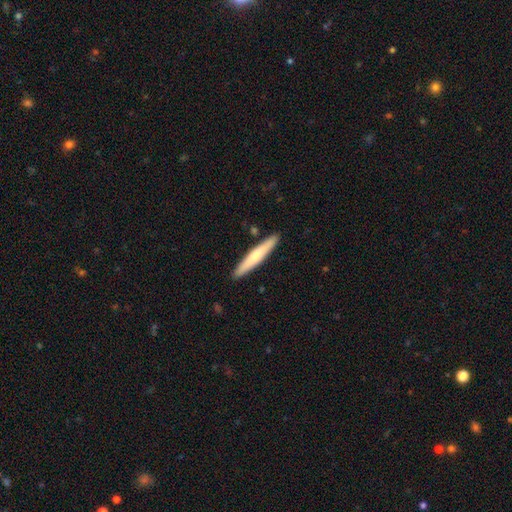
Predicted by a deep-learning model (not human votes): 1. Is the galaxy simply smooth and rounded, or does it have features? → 60% smooth, 35% featured or disk, 5% star or artifact.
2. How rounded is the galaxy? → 93% cigar-shaped, 6% in between, 1% round.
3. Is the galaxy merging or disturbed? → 90% none, 7% minor disturbance, 2% merger, 1% major disturbance.